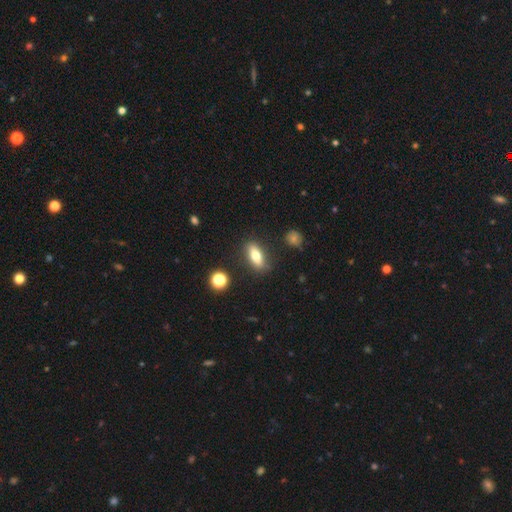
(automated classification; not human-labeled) smooth 67%, featured or disk 24%, star or artifact 8%. Down the decision tree: how rounded — in between (64%); merging — none (85%).